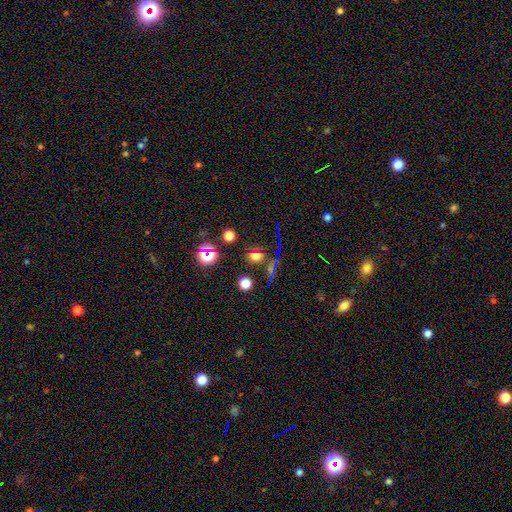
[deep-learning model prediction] Smooth or featured: smooth — 57% (star or artifact — 34%)
How rounded: round — 56% (in between — 41%)
Merging: none — 78% (minor disturbance — 11%)